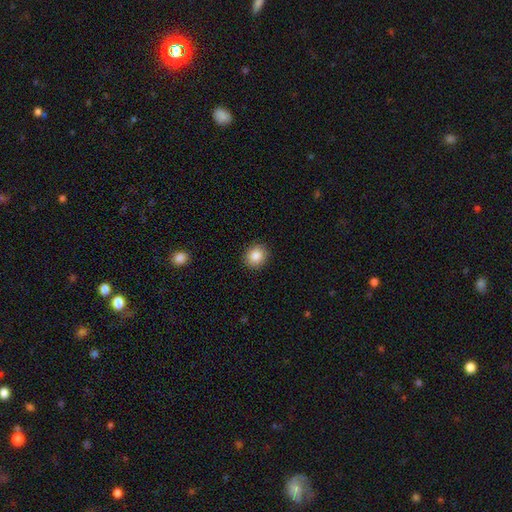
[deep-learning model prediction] A smooth galaxy with no disk features (86%) that is round (78%).

Vote fractions:
- Smooth or featured? smooth: 86% / star or artifact: 9% / featured or disk: 5%
- How rounded? round: 78% / in between: 21% / cigar-shaped: 1%
- Merging? none: 91% / minor disturbance: 6% / major disturbance: 2% / merger: 1%